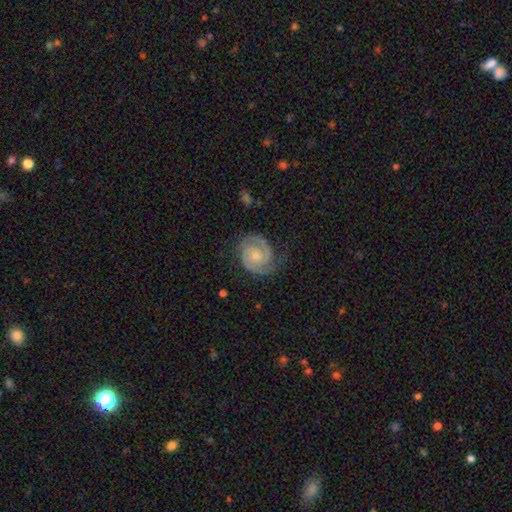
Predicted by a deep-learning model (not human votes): smooth-or-featured: featured or disk: 90% | smooth: 6% | star or artifact: 4%
  disk-edge-on: no: 98% | yes: 2%
    bar: no: 68% | weak: 26% | strong: 6%
    has-spiral-arms: yes: 98% | no: 2%
      spiral-winding: tight: 64% | medium: 32% | loose: 5%
      spiral-arm-count: 2: 89% | 3: 4% | can't tell: 3% | 1: 2% | 4: 1% | more than 4: 1%
    bulge-size: small: 57% | moderate: 37% | none: 4% | large: 2% | dominant: 1%
  merging: none: 77% | minor disturbance: 16% | major disturbance: 5% | merger: 1%